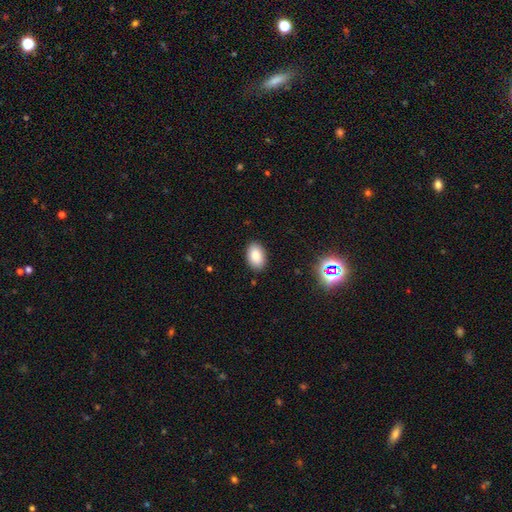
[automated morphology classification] Smooth or featured: smooth — 85% (star or artifact — 9%)
How rounded: in between — 90% (round — 9%)
Merging: none — 88% (minor disturbance — 9%)